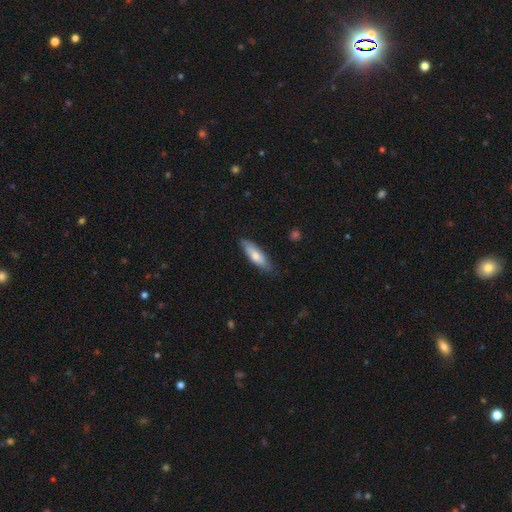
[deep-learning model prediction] Morphology: type=smooth (72%); roundness=cigar-shaped (53%); merging=none (79%).